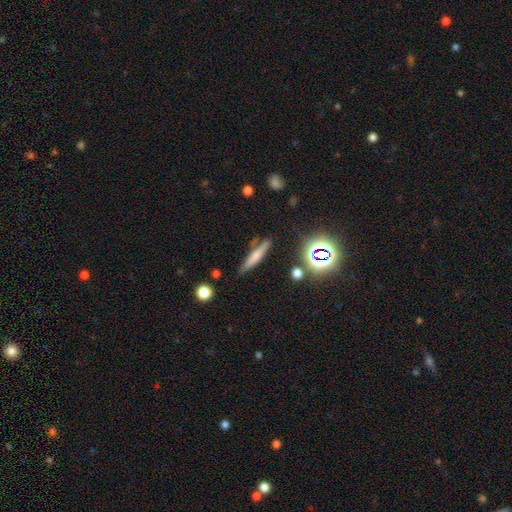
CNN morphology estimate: A smooth galaxy with no disk features (59%) that is cigar-shaped (87%). Merging: none (79%).